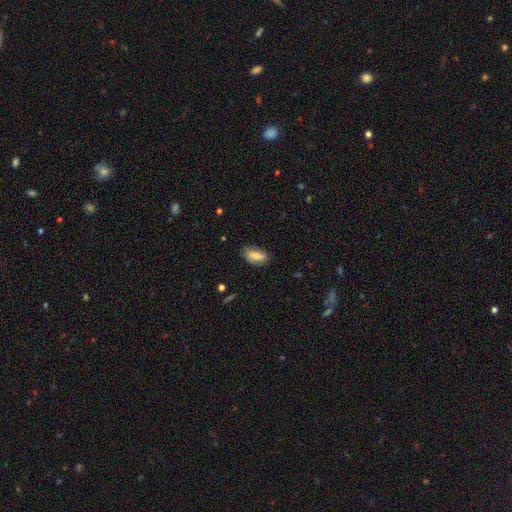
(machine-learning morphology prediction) Smooth or featured? smooth (78%)
How rounded? in between (88%)
Merging? none (77%)